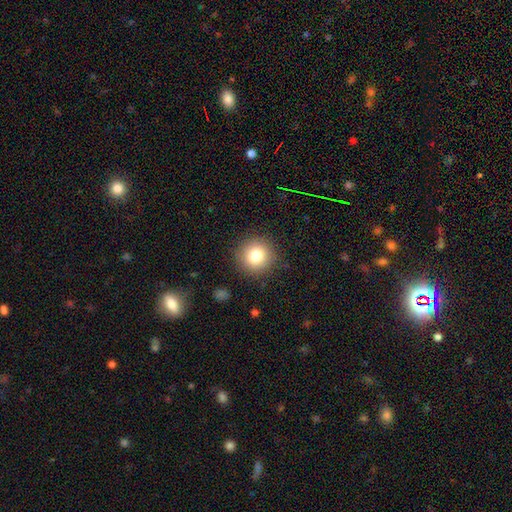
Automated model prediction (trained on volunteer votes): Smooth or featured? smooth (80%)
How rounded? round (94%)
Merging? none (89%)